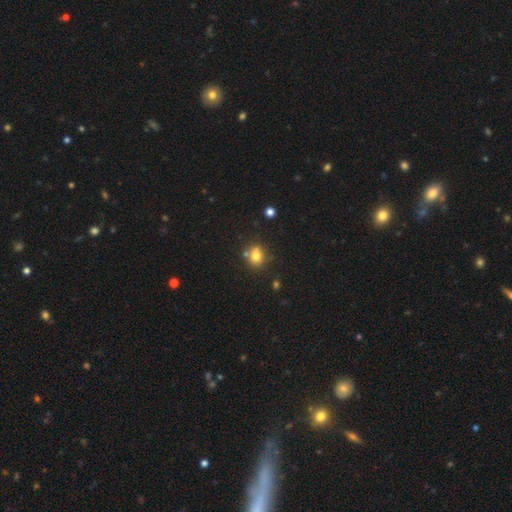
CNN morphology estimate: Smooth or featured? smooth (77%)
How rounded? round (61%)
Merging? none (63%)